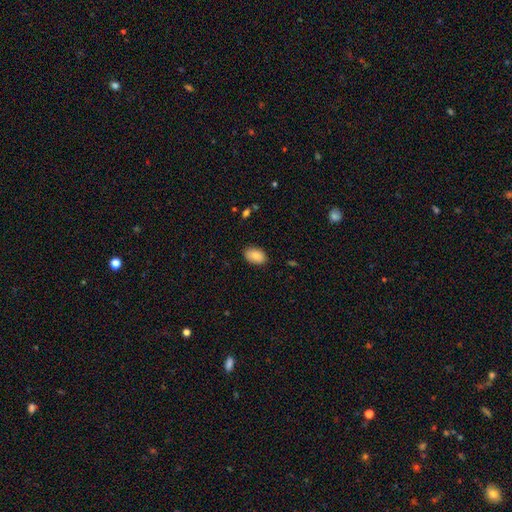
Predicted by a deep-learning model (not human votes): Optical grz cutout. It shows a smooth galaxy with no disk features (85%) that is in between round and cigar-shaped (90%). Merging: none (86%).